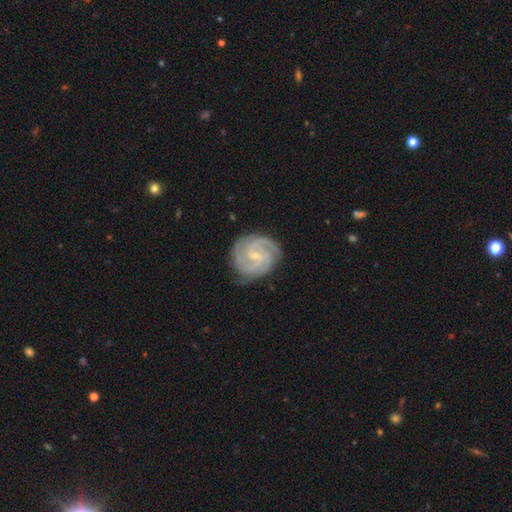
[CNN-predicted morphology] A featured or disk galaxy (91%) with a weak bar (50%), 3 (45%) tight (67%) spiral arms (98%) and a small central bulge (73%).

Vote fractions:
- Smooth or featured? featured or disk: 91% / smooth: 5% / star or artifact: 4%
- Edge-on disk? no: 98% / yes: 2%
- Bar? weak: 50% / no: 37% / strong: 13%
- Spiral arms? yes: 98% / no: 2%
- Spiral winding? tight: 67% / medium: 30% / loose: 4%
- Spiral arm count? 3: 45% / 2: 23% / 4: 14% / can't tell: 9% / more than 4: 4% / 1: 4%
- Bulge size? small: 73% / moderate: 23% / none: 2% / large: 1% / dominant: 1%
- Merging? none: 80% / minor disturbance: 15% / major disturbance: 4% / merger: 1%